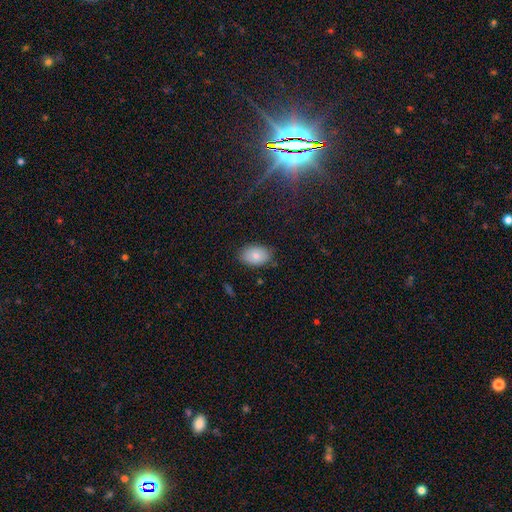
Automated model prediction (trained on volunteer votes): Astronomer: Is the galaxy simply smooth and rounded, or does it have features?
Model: smooth — 80%.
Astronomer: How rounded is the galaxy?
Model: in between — 88%.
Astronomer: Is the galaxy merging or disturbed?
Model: none — 82%.